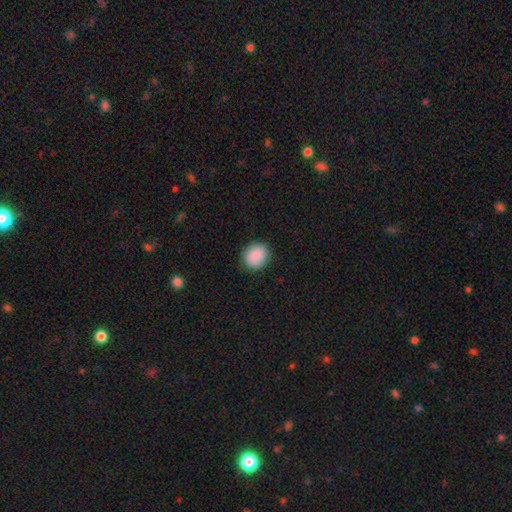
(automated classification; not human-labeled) smooth_or_featured: smooth (p=0.90) [alt: star or artifact p=0.07]
how_rounded: round (p=0.70) [alt: in between p=0.29]
merging: none (p=0.89) [alt: minor disturbance p=0.08]